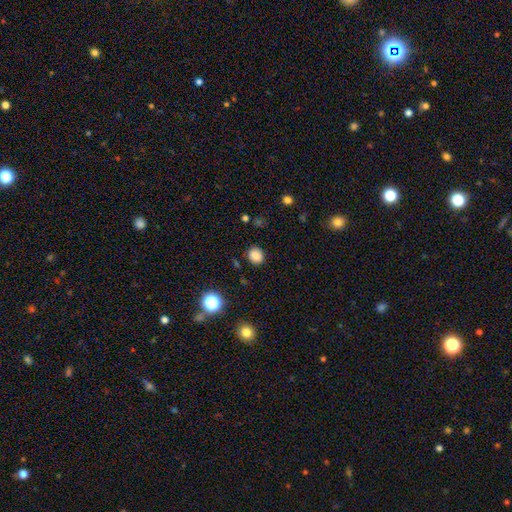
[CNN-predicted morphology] Overall: smooth (83%). How rounded: round (76%). Merging: none (87%).